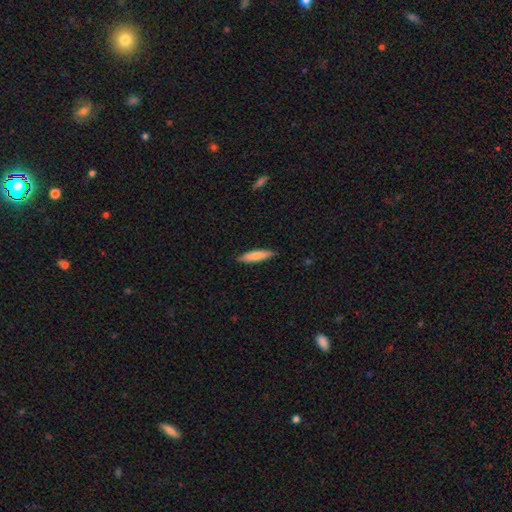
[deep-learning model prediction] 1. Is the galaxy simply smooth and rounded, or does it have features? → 76% smooth, 19% featured or disk, 5% star or artifact.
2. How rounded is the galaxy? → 80% cigar-shaped, 18% in between, 1% round.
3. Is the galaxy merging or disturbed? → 88% none, 10% minor disturbance, 2% major disturbance, 1% merger.